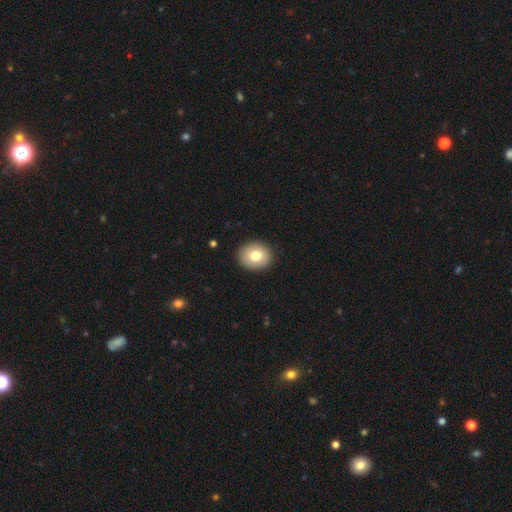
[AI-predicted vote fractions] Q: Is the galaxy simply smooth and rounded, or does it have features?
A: smooth — 78%.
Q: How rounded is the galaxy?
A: round — 61%.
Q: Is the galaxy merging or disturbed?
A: none — 90%.